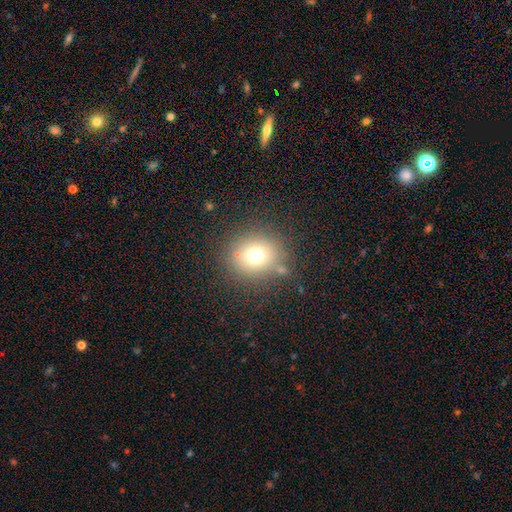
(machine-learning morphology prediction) Smooth or featured?
  - smooth: 69% *
  - star or artifact: 19%
  - featured or disk: 12%
How rounded?
  - round: 86% *
  - in between: 13%
  - cigar-shaped: 1%
Merging?
  - none: 79% *
  - minor disturbance: 10%
  - major disturbance: 5%
  - merger: 5%